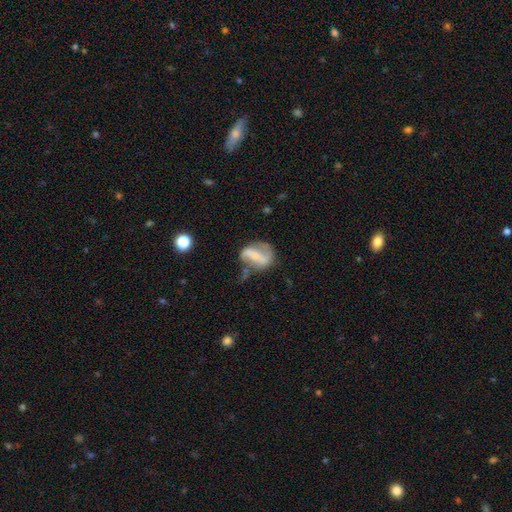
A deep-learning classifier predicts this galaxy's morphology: smooth_or_featured: featured or disk (p=0.63) [alt: smooth p=0.29]
disk_edge_on: no (p=0.96) [alt: yes p=0.04]
bar: strong (p=0.45) [alt: weak p=0.29]
has_spiral_arms: yes (p=0.73) [alt: no p=0.27]
bulge_size: small (p=0.40) [alt: none p=0.33]
merging: none (p=0.45) [alt: minor disturbance p=0.26]